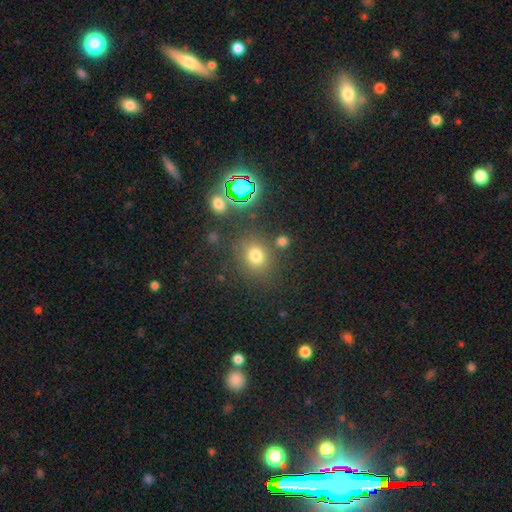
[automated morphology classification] Smooth or featured?
  - smooth: 72% *
  - star or artifact: 20%
  - featured or disk: 8%
How rounded?
  - round: 73% *
  - in between: 26%
  - cigar-shaped: 1%
Merging?
  - none: 78% *
  - minor disturbance: 11%
  - merger: 7%
  - major disturbance: 5%